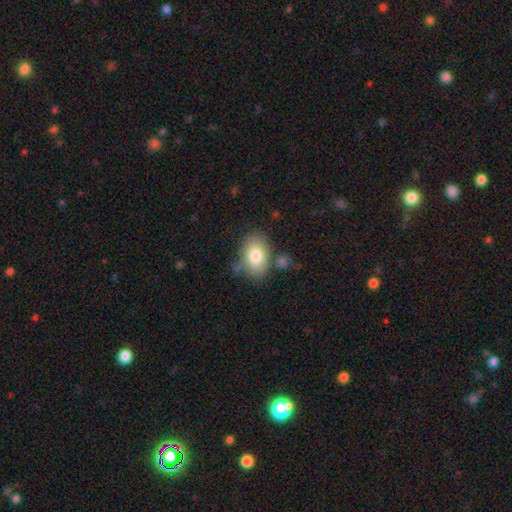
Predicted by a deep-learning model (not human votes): smooth_or_featured: smooth (p=0.79) [alt: featured or disk p=0.13]
how_rounded: in between (p=0.83) [alt: round p=0.16]
merging: none (p=0.65) [alt: minor disturbance p=0.19]